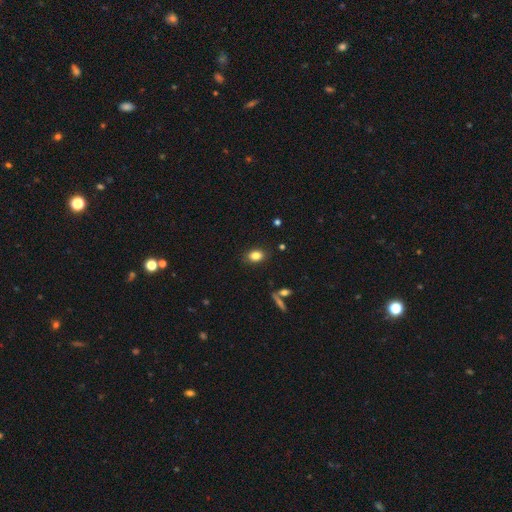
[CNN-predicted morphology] smooth 84%, star or artifact 10%, featured or disk 7%. Down the decision tree: how rounded — in between (73%); merging — none (87%).